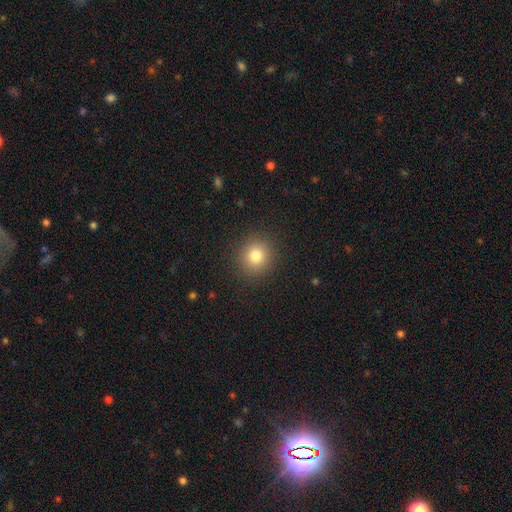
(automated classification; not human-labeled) Smooth or featured? Predicted: smooth (p=0.80). How rounded? Predicted: round (p=0.87). Merging? Predicted: none (p=0.90).